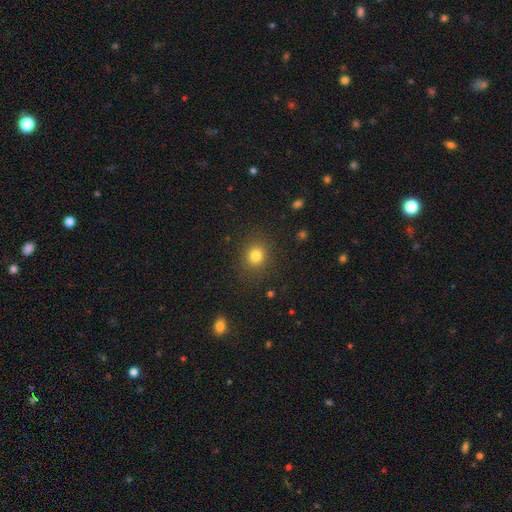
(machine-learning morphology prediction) Smooth or featured: smooth — 80% (star or artifact — 13%)
How rounded: round — 76% (in between — 23%)
Merging: none — 87% (minor disturbance — 8%)